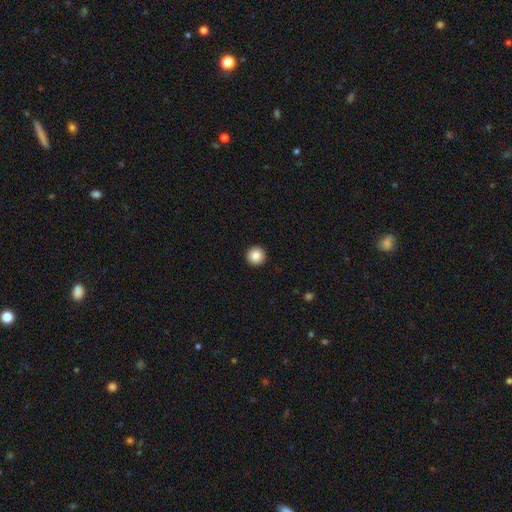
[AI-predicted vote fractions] Smooth or featured? smooth (88%)
How rounded? round (96%)
Merging? none (94%)